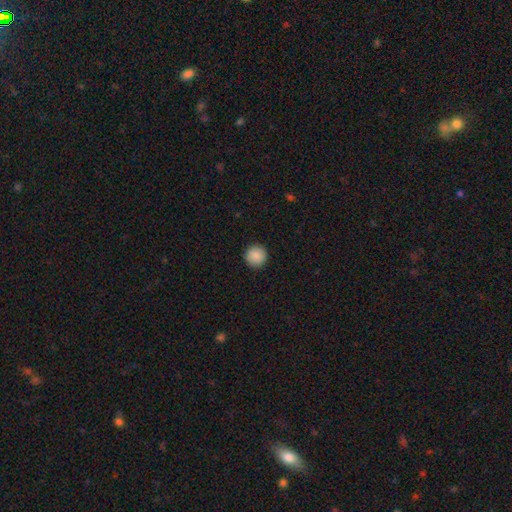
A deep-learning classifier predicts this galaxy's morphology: This appears to be a smooth galaxy with no disk features (89%) that is round (96%). Merging: none (93%).